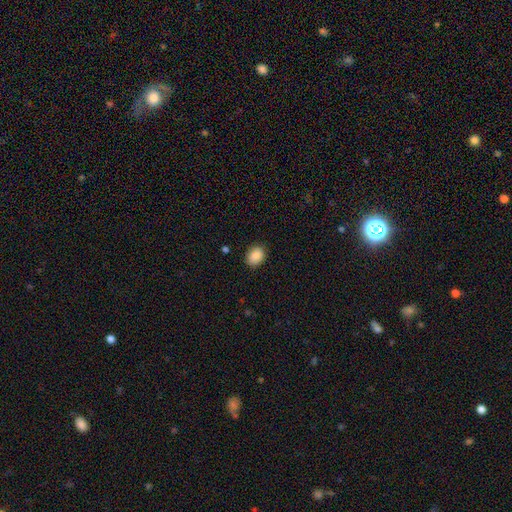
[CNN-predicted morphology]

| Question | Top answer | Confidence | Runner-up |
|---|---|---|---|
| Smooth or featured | smooth | 88% | star or artifact (8%) |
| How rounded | in between | 58% | round (41%) |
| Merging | none | 88% | minor disturbance (9%) |